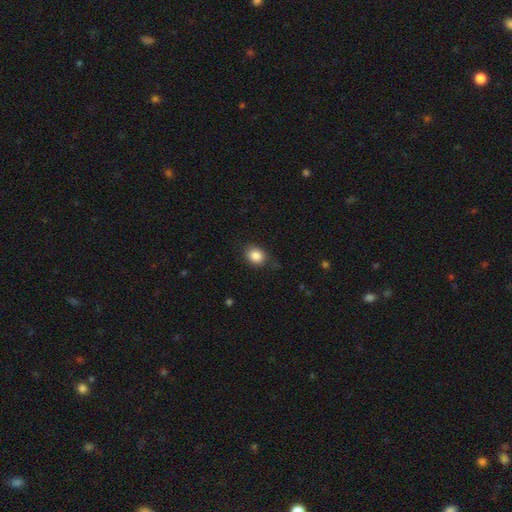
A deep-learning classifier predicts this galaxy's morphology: smooth 86%, star or artifact 10%, featured or disk 5%. Down the decision tree: how rounded — round (57%); merging — none (83%).